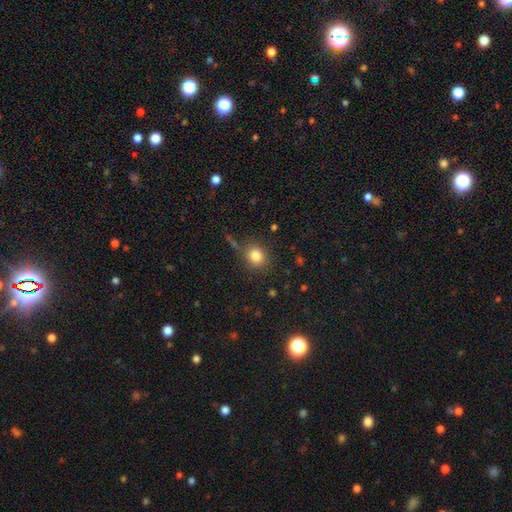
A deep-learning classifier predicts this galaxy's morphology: Overall: smooth (82%). How rounded: round (76%). Merging: none (80%).